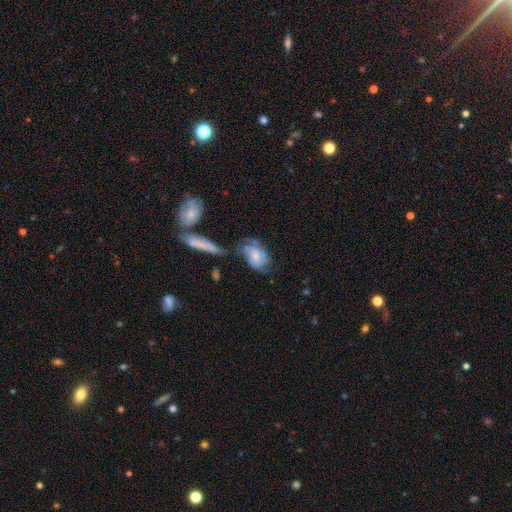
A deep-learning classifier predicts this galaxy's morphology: Q: Smooth or featured?
A: smooth (49%); runner-up: featured or disk (43%)
Q: Merging?
A: none (33%); runner-up: minor disturbance (25%)